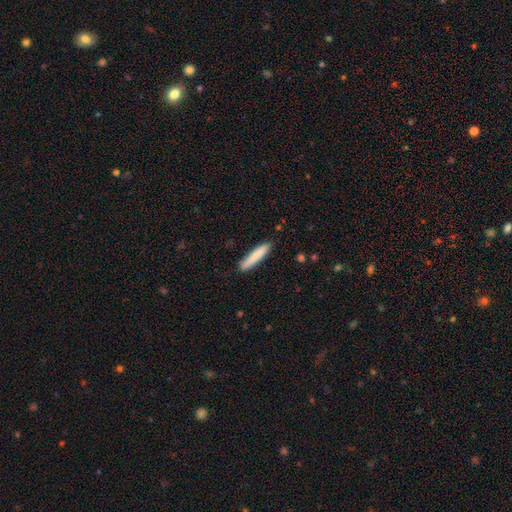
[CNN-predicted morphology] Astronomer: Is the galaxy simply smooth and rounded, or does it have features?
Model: smooth — 83%.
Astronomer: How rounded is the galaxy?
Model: cigar-shaped — 88%.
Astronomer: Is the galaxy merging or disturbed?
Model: none — 86%.